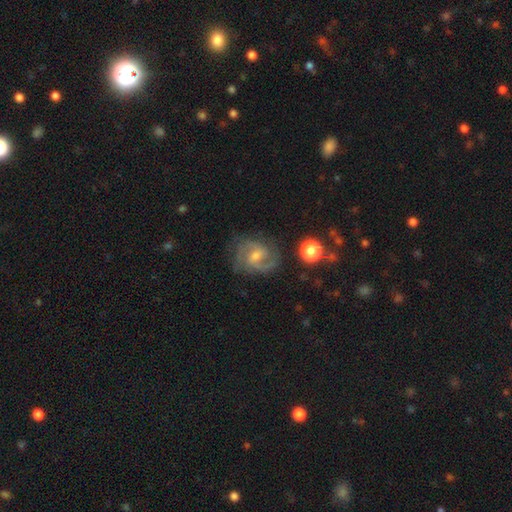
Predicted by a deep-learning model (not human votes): smooth-or-featured: featured or disk: 84% | smooth: 9% | star or artifact: 7%
  disk-edge-on: no: 98% | yes: 2%
    bar: weak: 53% | no: 35% | strong: 12%
    has-spiral-arms: yes: 96% | no: 4%
      spiral-winding: medium: 53% | tight: 32% | loose: 15%
      spiral-arm-count: 2: 70% | 3: 12% | can't tell: 10% | 1: 3% | 4: 3% | more than 4: 2%
    bulge-size: small: 47% | moderate: 45% | none: 5% | large: 3% | dominant: 1%
  merging: none: 75% | minor disturbance: 16% | major disturbance: 7% | merger: 2%